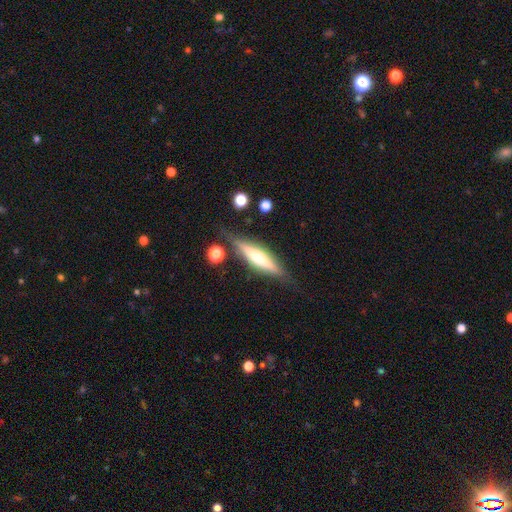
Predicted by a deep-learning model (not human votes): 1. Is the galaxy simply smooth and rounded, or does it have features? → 60% featured or disk, 33% smooth, 7% star or artifact.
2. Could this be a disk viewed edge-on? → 94% yes, 6% no.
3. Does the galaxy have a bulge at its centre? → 62% rounded, 21% none, 17% boxy.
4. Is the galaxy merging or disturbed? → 79% none, 14% minor disturbance, 4% major disturbance, 3% merger.